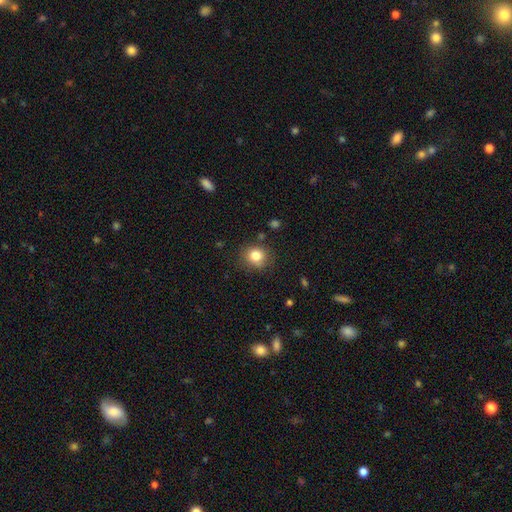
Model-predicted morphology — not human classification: A smooth galaxy with no disk features (83%) that is round (80%).

Vote fractions:
- Smooth or featured? smooth: 83% / star or artifact: 11% / featured or disk: 7%
- How rounded? round: 80% / in between: 19% / cigar-shaped: 1%
- Merging? none: 80% / minor disturbance: 14% / major disturbance: 4% / merger: 2%